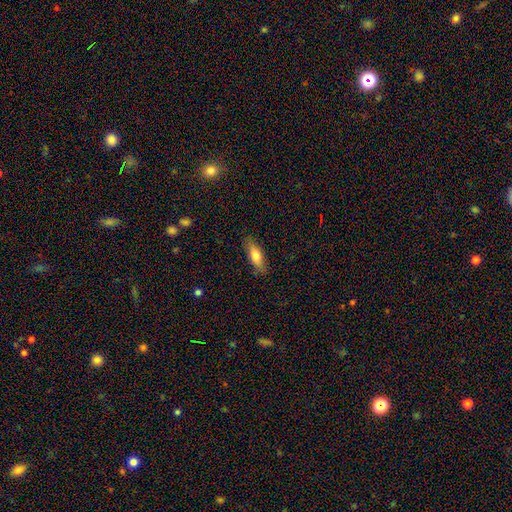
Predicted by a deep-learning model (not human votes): This appears to be a smooth galaxy with no disk features (69%) that is in between round and cigar-shaped (57%). Merging: none (85%).